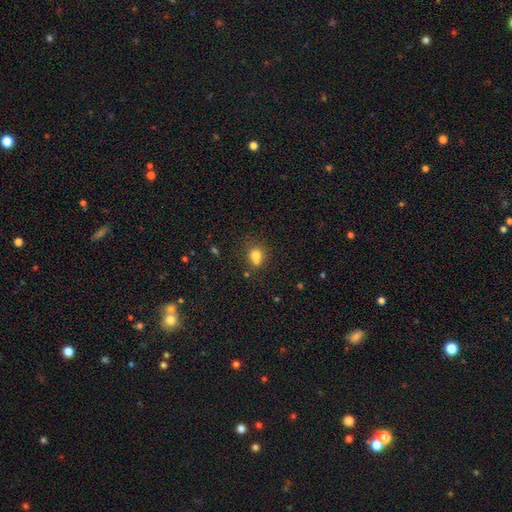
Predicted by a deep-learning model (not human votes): Morphology: type=smooth (75%); roundness=round (70%); merging=none (46%).